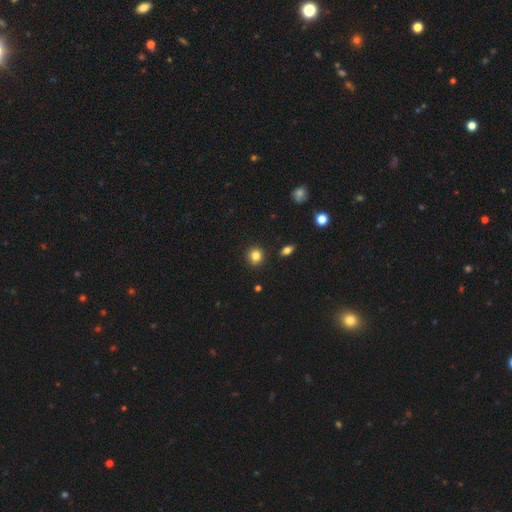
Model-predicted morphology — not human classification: A smooth galaxy with no disk features (83%) that is round (87%).

Vote fractions:
- Smooth or featured? smooth: 83% / star or artifact: 11% / featured or disk: 6%
- How rounded? round: 87% / in between: 12% / cigar-shaped: 1%
- Merging? none: 89% / minor disturbance: 7% / merger: 2% / major disturbance: 2%